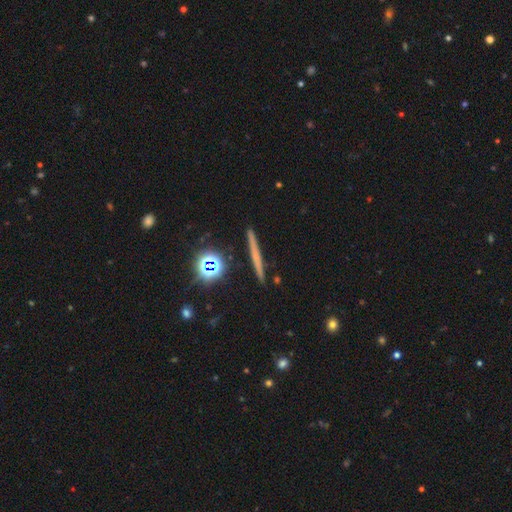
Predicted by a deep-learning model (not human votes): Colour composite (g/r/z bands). It shows a smooth galaxy with no disk features (44%). Merging: none (91%).